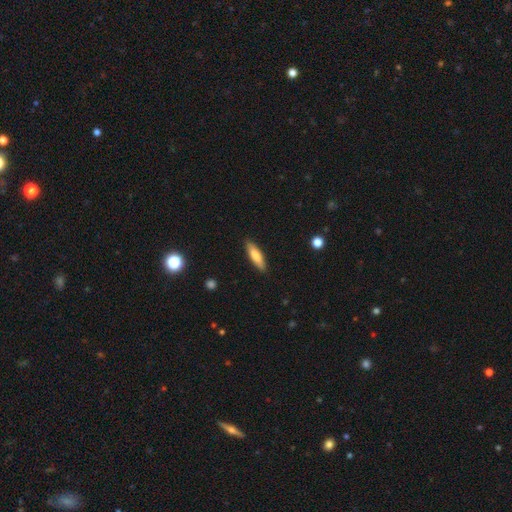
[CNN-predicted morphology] Smooth or featured: smooth — 80% (featured or disk — 14%)
How rounded: cigar-shaped — 64% (in between — 35%)
Merging: none — 89% (minor disturbance — 8%)